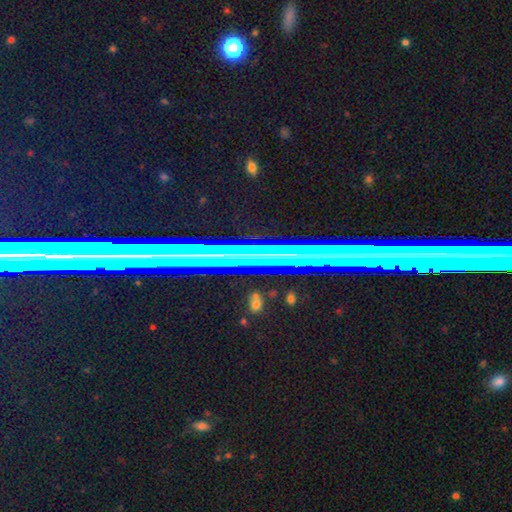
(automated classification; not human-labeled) A star or artifact, not a galaxy (55%).